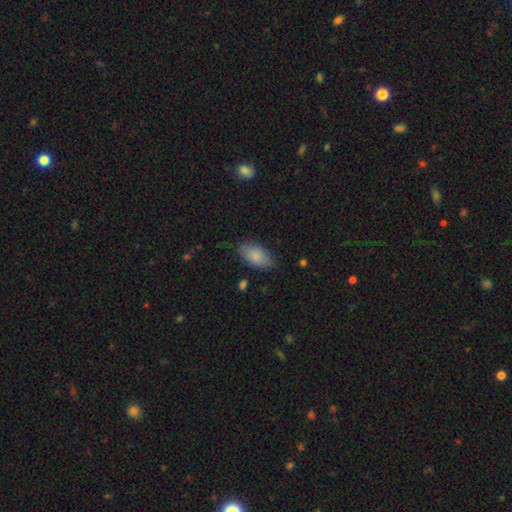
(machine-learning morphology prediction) Smooth or featured? Predicted: smooth (p=0.86). How rounded? Predicted: in between (p=0.93). Merging? Predicted: none (p=0.79).